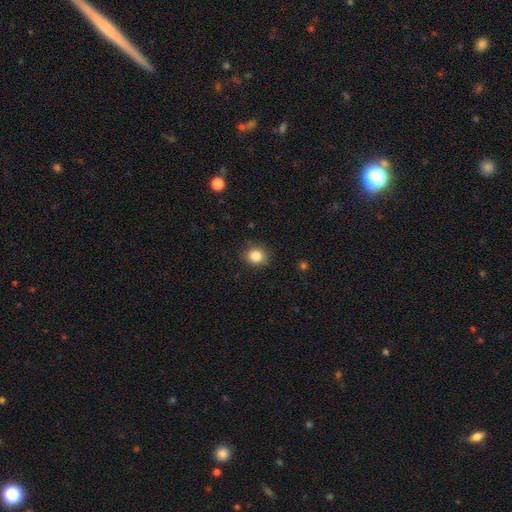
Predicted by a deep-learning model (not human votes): A smooth galaxy with no disk features (84%) that is round (77%).

Vote fractions:
- Smooth or featured? smooth: 84% / star or artifact: 11% / featured or disk: 5%
- How rounded? round: 77% / in between: 22% / cigar-shaped: 1%
- Merging? none: 86% / minor disturbance: 10% / major disturbance: 2% / merger: 1%